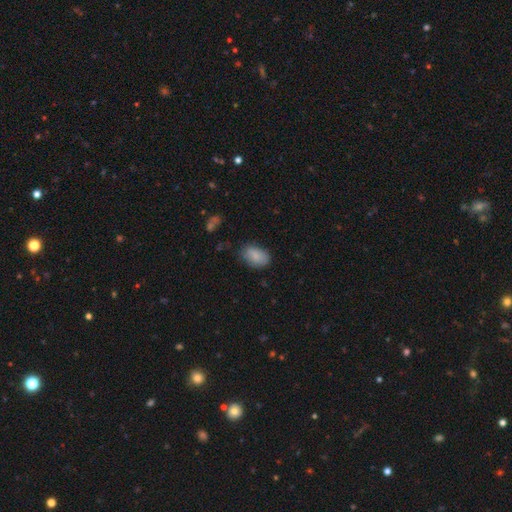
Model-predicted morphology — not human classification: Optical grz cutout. It shows a smooth galaxy with no disk features (84%) that is in between round and cigar-shaped (88%). Merging: none (71%).